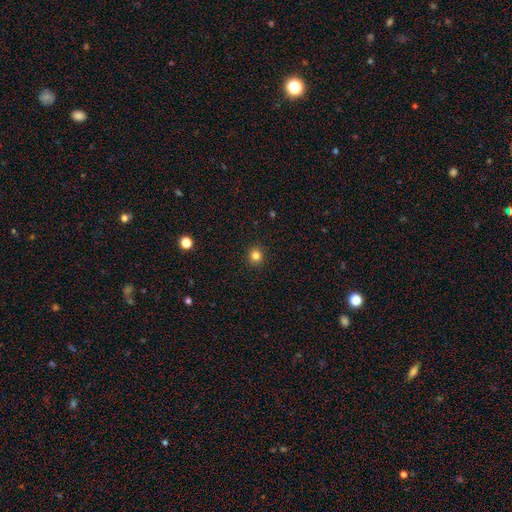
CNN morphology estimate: A smooth galaxy with no disk features (82%) that is round (91%). Merging: none (93%).